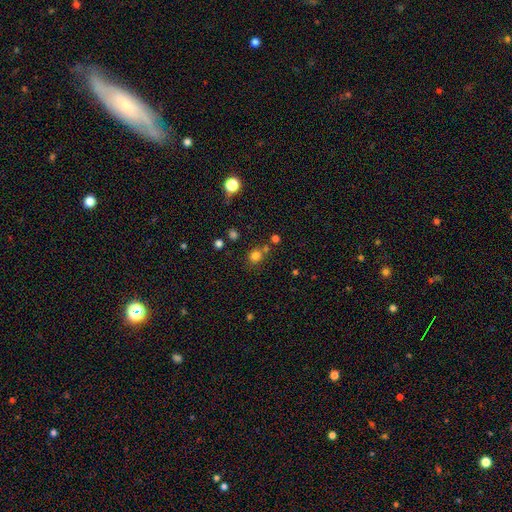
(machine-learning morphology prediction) A smooth galaxy with no disk features (77%) that is round (84%).

Vote fractions:
- Smooth or featured? smooth: 77% / star or artifact: 17% / featured or disk: 6%
- How rounded? round: 84% / in between: 15% / cigar-shaped: 1%
- Merging? none: 66% / merger: 19% / minor disturbance: 11% / major disturbance: 4%